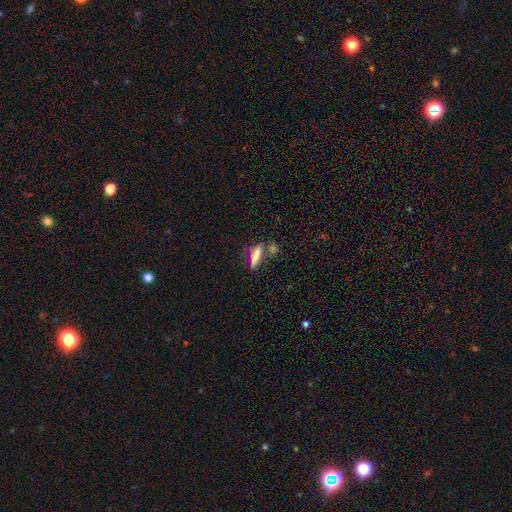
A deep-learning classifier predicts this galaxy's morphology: Smooth or featured: smooth — 75% (featured or disk — 17%)
How rounded: cigar-shaped — 75% (in between — 22%)
Merging: none — 54% (merger — 24%)